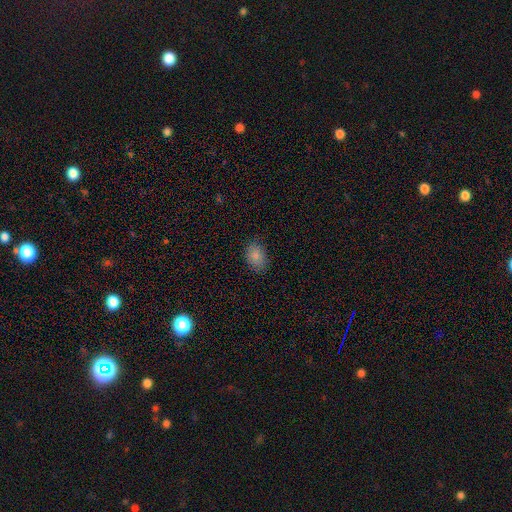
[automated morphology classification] A smooth galaxy with no disk features (85%) that is in between round and cigar-shaped (77%). Merging: none (82%).